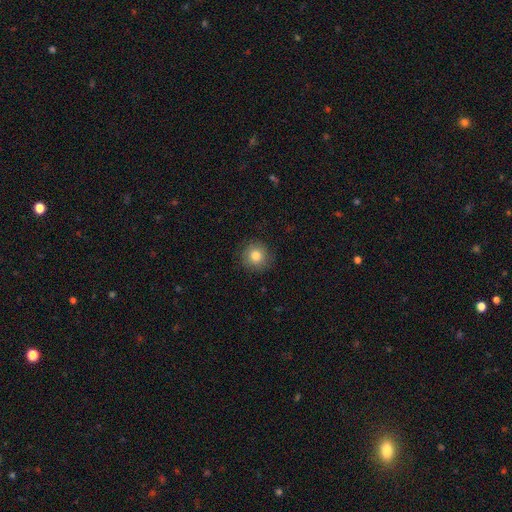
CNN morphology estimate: Smooth or featured?
  - smooth: 81% *
  - star or artifact: 10%
  - featured or disk: 9%
How rounded?
  - round: 94% *
  - in between: 5%
  - cigar-shaped: 1%
Merging?
  - none: 89% *
  - minor disturbance: 8%
  - major disturbance: 2%
  - merger: 1%